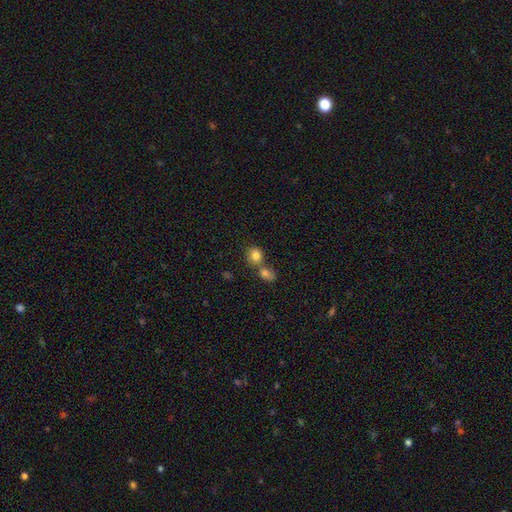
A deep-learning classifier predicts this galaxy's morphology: Q: Smooth or featured?
A: smooth (82%); runner-up: star or artifact (11%)
Q: How rounded?
A: round (73%); runner-up: in between (26%)
Q: Merging?
A: none (45%); runner-up: merger (44%)